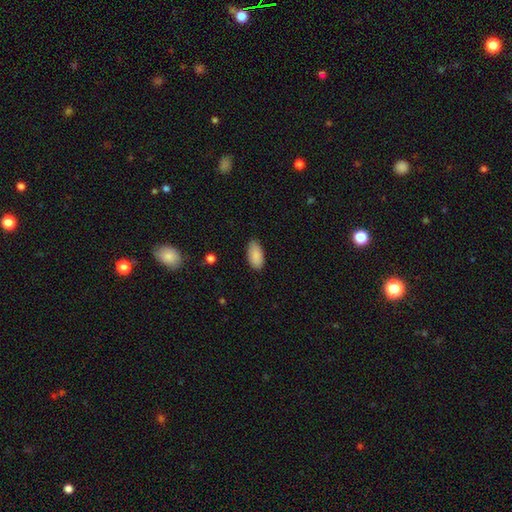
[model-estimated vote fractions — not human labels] Overall: smooth (89%). How rounded: in between (94%). Merging: none (82%).